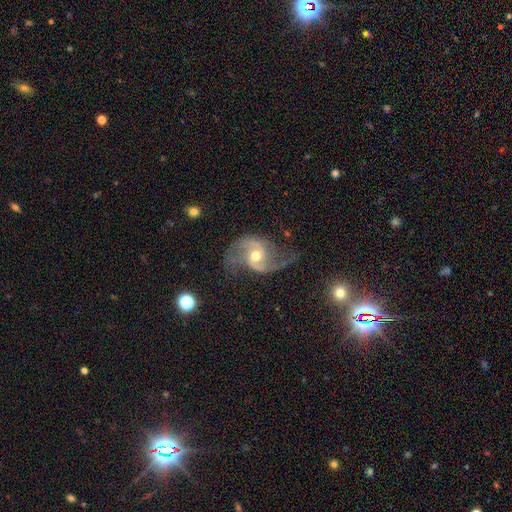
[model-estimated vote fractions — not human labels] smooth_or_featured: featured or disk (p=0.90) [alt: star or artifact p=0.06]
disk_edge_on: no (p=0.98) [alt: yes p=0.02]
bar: no (p=0.54) [alt: weak p=0.35]
has_spiral_arms: yes (p=0.97) [alt: no p=0.03]
spiral_winding: loose (p=0.50) [alt: medium p=0.41]
spiral_arm_count: 2 (p=0.93) [alt: can't tell p=0.02]
bulge_size: moderate (p=0.67) [alt: small p=0.27]
merging: none (p=0.68) [alt: minor disturbance p=0.19]